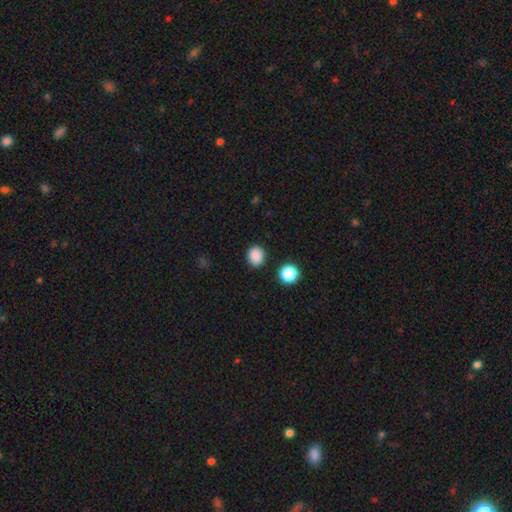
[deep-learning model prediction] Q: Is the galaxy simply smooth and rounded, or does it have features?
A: smooth — 87%.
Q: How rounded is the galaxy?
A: round — 66%.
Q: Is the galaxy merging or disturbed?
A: none — 86%.